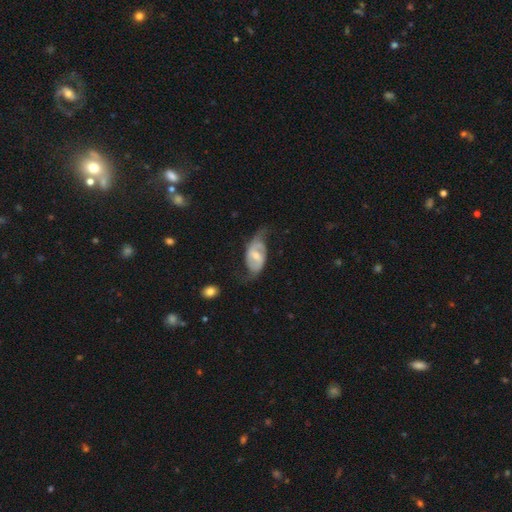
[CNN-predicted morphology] smooth-or-featured: featured or disk: 70% | smooth: 24% | star or artifact: 6%
  disk-edge-on: no: 95% | yes: 5%
    bar: weak: 53% | strong: 26% | no: 22%
    has-spiral-arms: yes: 84% | no: 16%
      spiral-winding: loose: 53% | medium: 34% | tight: 13%
      spiral-arm-count: 2: 85% | can't tell: 8% | 1: 4% | 3: 1% | 4: 1% | more than 4: 1%
    bulge-size: moderate: 54% | small: 33% | large: 6% | none: 5% | dominant: 1%
  merging: none: 49% | minor disturbance: 27% | major disturbance: 22% | merger: 3%